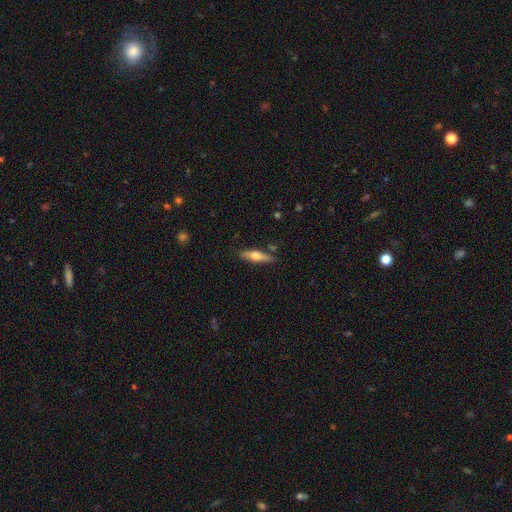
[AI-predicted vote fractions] A featured or disk galaxy (53%) viewed edge-on (92%).

Vote fractions:
- Smooth or featured? featured or disk: 53% / smooth: 42% / star or artifact: 6%
- Edge-on disk? yes: 92% / no: 8%
- Merging? none: 81% / minor disturbance: 13% / merger: 3% / major disturbance: 3%